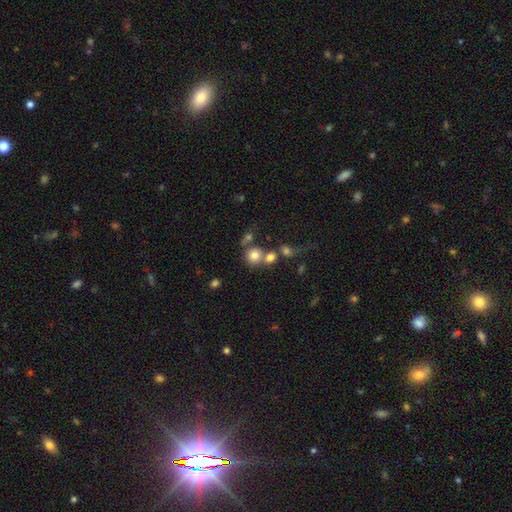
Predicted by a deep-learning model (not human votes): Q: Smooth or featured?
A: smooth (77%); runner-up: star or artifact (12%)
Q: How rounded?
A: round (88%); runner-up: in between (11%)
Q: Merging?
A: none (51%); runner-up: merger (34%)